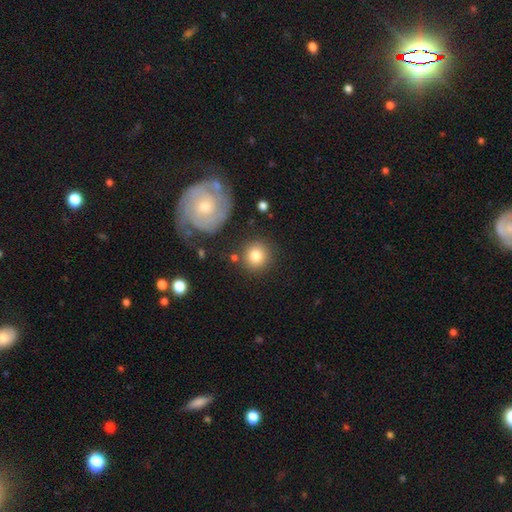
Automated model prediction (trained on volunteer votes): Smooth or featured: smooth — 79% (featured or disk — 13%)
How rounded: round — 93% (in between — 6%)
Merging: none — 82% (minor disturbance — 9%)